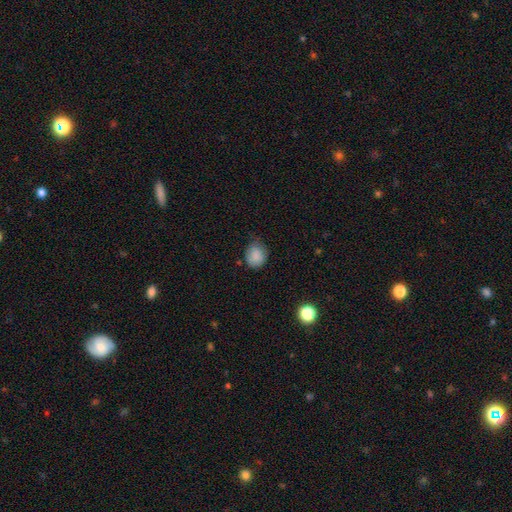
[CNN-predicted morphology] The model was most divided on "how rounded": round: 60%, in between: 39%, cigar-shaped: 1%. More confident: smooth or featured — smooth (85%); merging — none (61%).